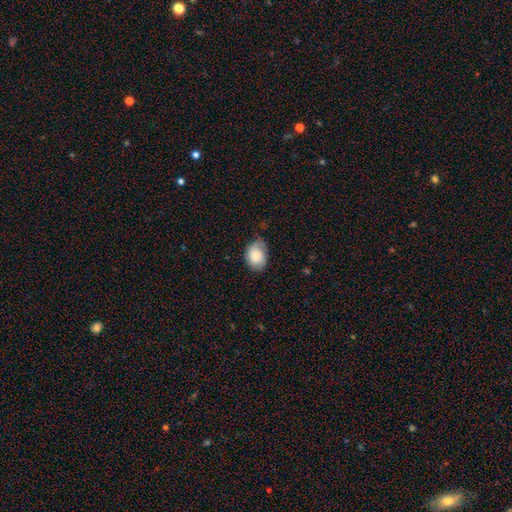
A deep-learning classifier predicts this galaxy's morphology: This is likely a smooth galaxy (72%). How rounded: likely in between (70%). Merging: possibly none (53%).